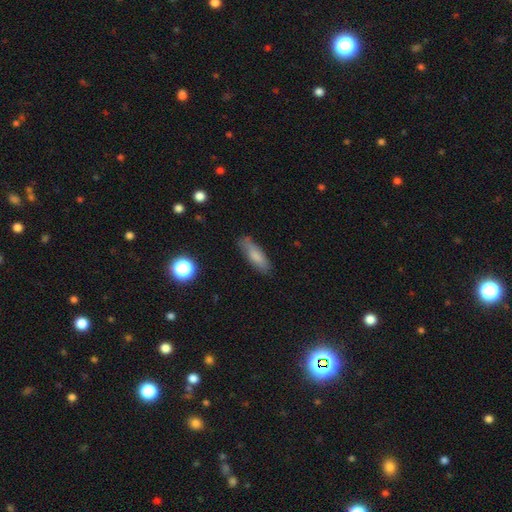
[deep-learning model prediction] smooth-or-featured: smooth: 76% | featured or disk: 15% | star or artifact: 8%
  how-rounded: in between: 54% | cigar-shaped: 44% | round: 2%
  merging: none: 75% | minor disturbance: 19% | major disturbance: 4% | merger: 2%